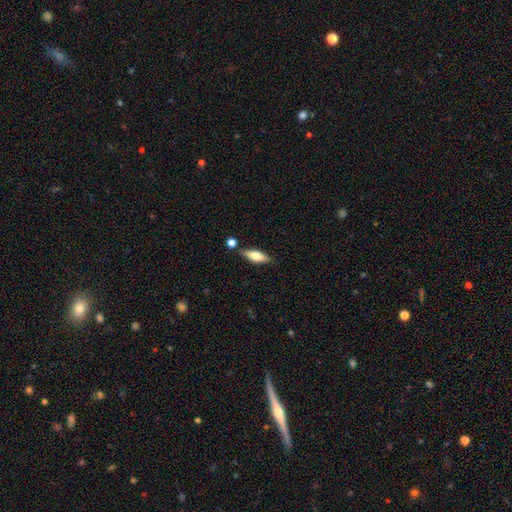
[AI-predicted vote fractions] Smooth or featured? Predicted: smooth (p=0.62). How rounded? Predicted: in between (p=0.57). Merging? Predicted: none (p=0.78).